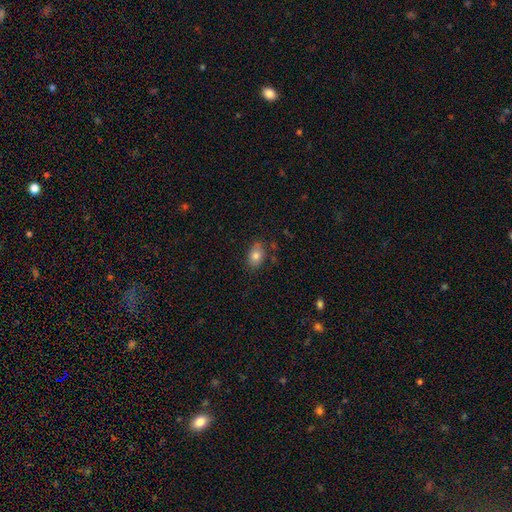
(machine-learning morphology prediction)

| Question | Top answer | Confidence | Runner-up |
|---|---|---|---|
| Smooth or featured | smooth | 81% | featured or disk (10%) |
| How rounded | in between | 78% | round (20%) |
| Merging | none | 76% | minor disturbance (17%) |